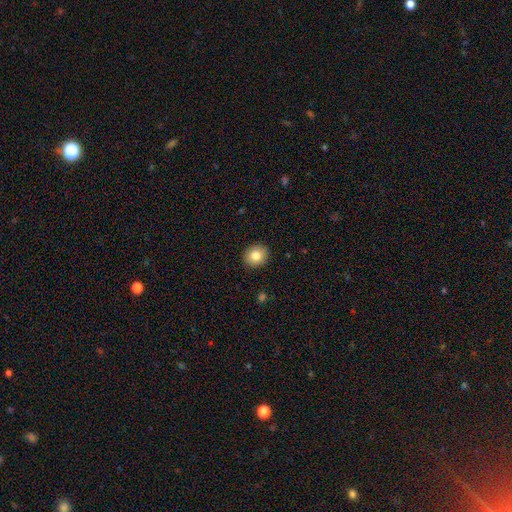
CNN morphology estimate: Smooth or featured: smooth — 82% (featured or disk — 9%)
How rounded: round — 72% (in between — 27%)
Merging: none — 91% (minor disturbance — 7%)